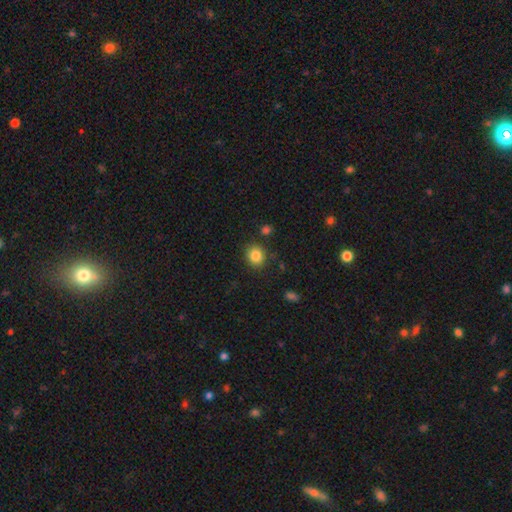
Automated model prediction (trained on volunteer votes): Smooth or featured?
  - smooth: 85% *
  - star or artifact: 10%
  - featured or disk: 5%
How rounded?
  - round: 80% *
  - in between: 19%
  - cigar-shaped: 1%
Merging?
  - none: 84% *
  - minor disturbance: 9%
  - merger: 3%
  - major disturbance: 3%